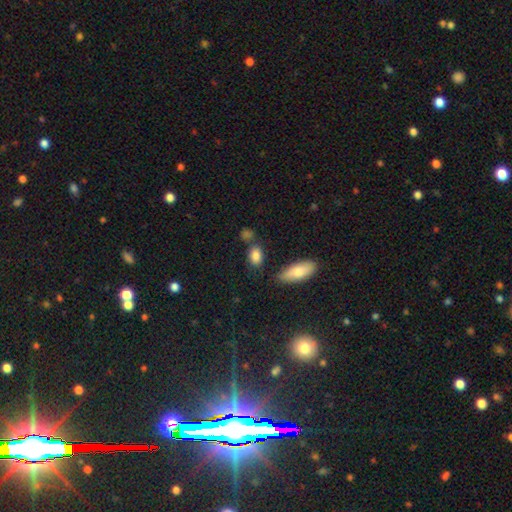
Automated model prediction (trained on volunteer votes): The model was most divided on "merging": none: 69%, minor disturbance: 15%, merger: 12%, major disturbance: 4%. More confident: smooth or featured — smooth (85%); how rounded — in between (83%).